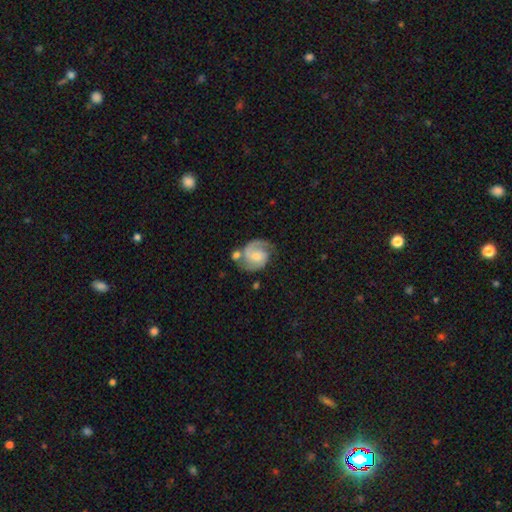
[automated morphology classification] type=featured or disk (77%); edge-on=no (98%); bar=no (50%); spiral arms=yes (95%); winding=medium (47%); arm count=2 (69%); bulge=small (47%); merging=none (56%).